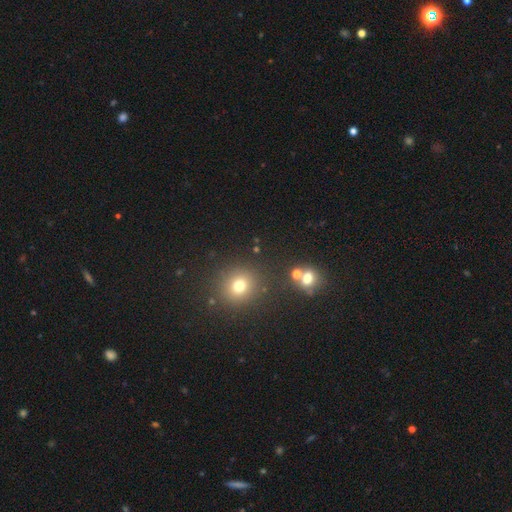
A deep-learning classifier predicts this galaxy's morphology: smooth-or-featured: smooth: 54% | star or artifact: 38% | featured or disk: 8%
  how-rounded: round: 86% | in between: 12% | cigar-shaped: 1%
  merging: none: 80% | merger: 10% | minor disturbance: 7% | major disturbance: 3%